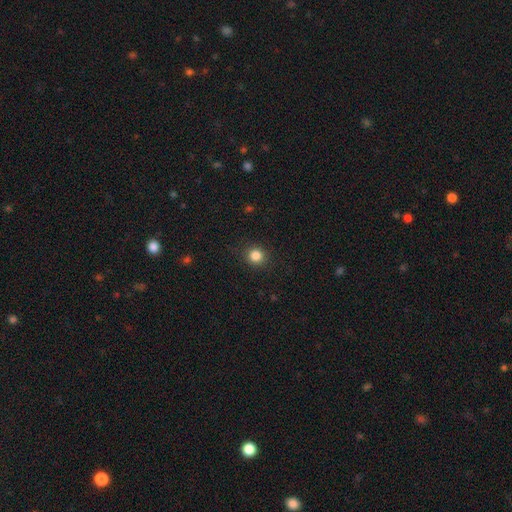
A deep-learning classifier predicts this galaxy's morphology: Overall: smooth (84%). How rounded: round (90%). Merging: none (89%).